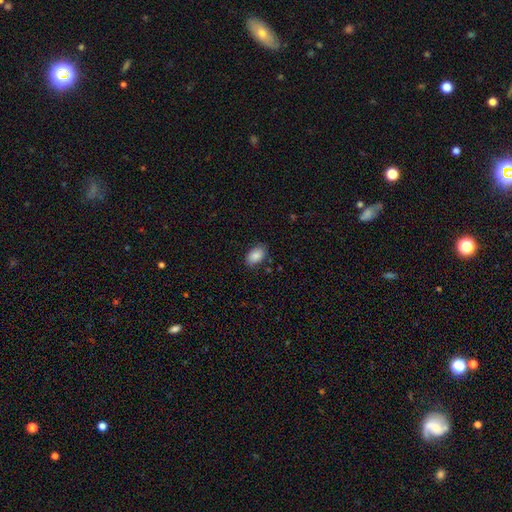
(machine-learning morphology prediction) Overall: smooth (88%). How rounded: in between (91%). Merging: none (83%).